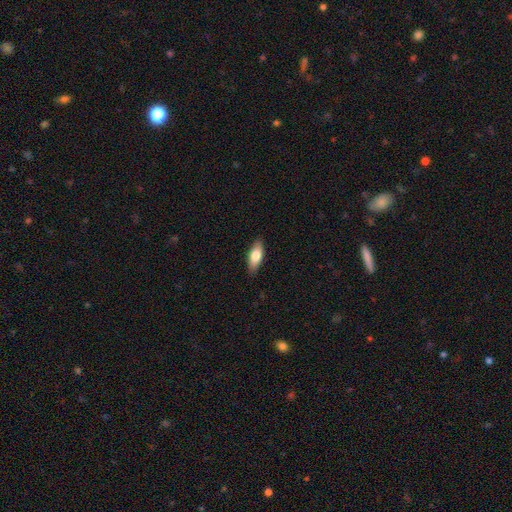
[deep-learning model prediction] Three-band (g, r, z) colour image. It shows a smooth galaxy with no disk features (74%) that is in between round and cigar-shaped (74%). Merging: none (86%).